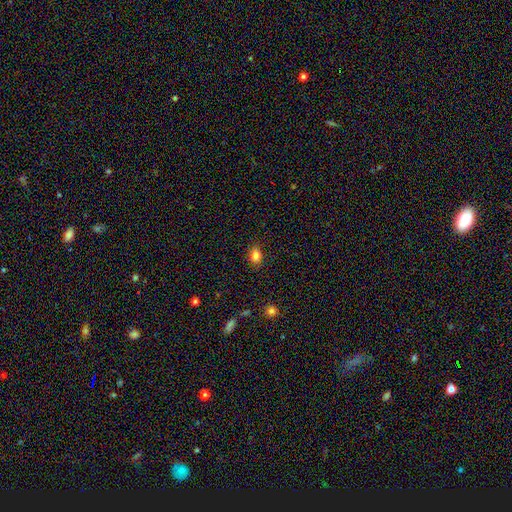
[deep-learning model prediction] This is clearly a smooth galaxy (83%). How rounded: likely in between (66%). Merging: clearly none (87%).